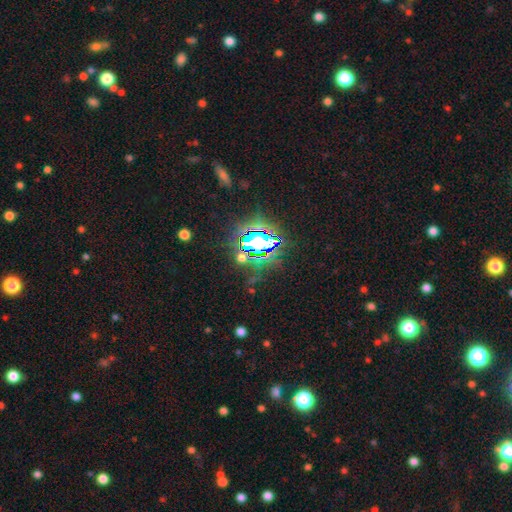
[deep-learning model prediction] star or artifact 82%, smooth 11%, featured or disk 7%.